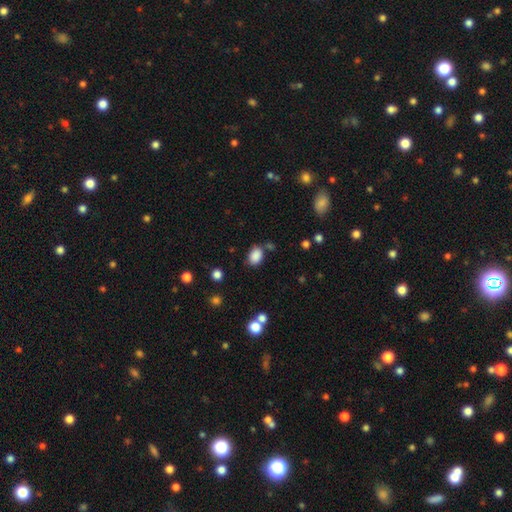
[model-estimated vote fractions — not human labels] Smooth or featured? smooth (86%)
How rounded? in between (70%)
Merging? none (72%)